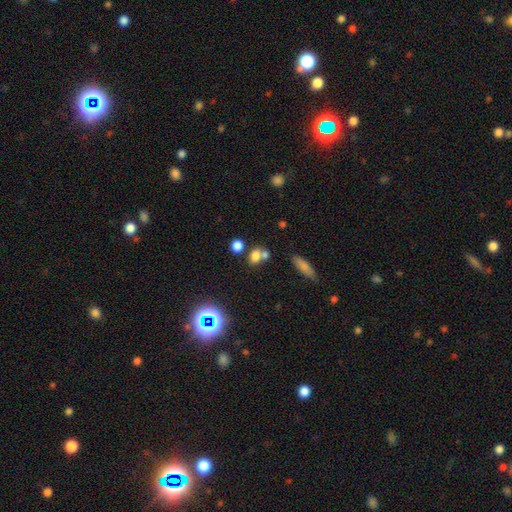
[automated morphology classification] smooth_or_featured: smooth (p=0.74) [alt: star or artifact p=0.15]
how_rounded: in between (p=0.59) [alt: round p=0.38]
merging: none (p=0.44) [alt: merger p=0.41]